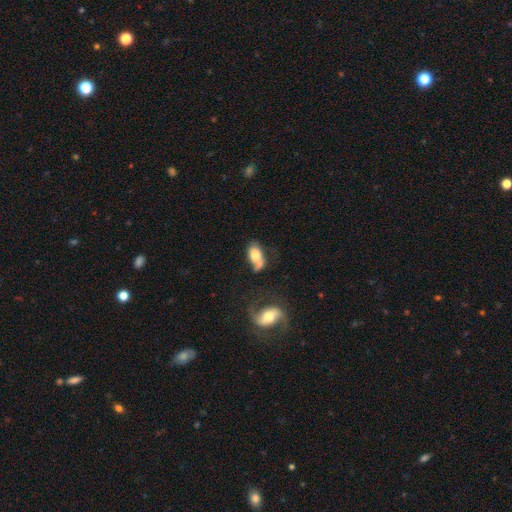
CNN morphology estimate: Smooth or featured? smooth (67%)
How rounded? in between (88%)
Merging? none (34%)